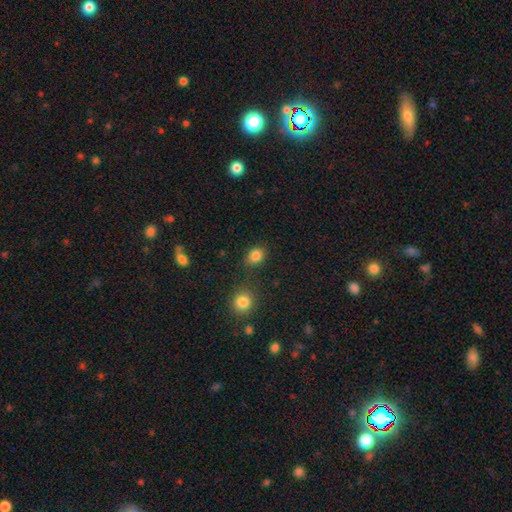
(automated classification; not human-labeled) A smooth galaxy with no disk features (84%) that is in between round and cigar-shaped (59%).

Vote fractions:
- Smooth or featured? smooth: 84% / star or artifact: 11% / featured or disk: 5%
- How rounded? in between: 59% / round: 39% / cigar-shaped: 1%
- Merging? none: 77% / minor disturbance: 13% / merger: 6% / major disturbance: 4%